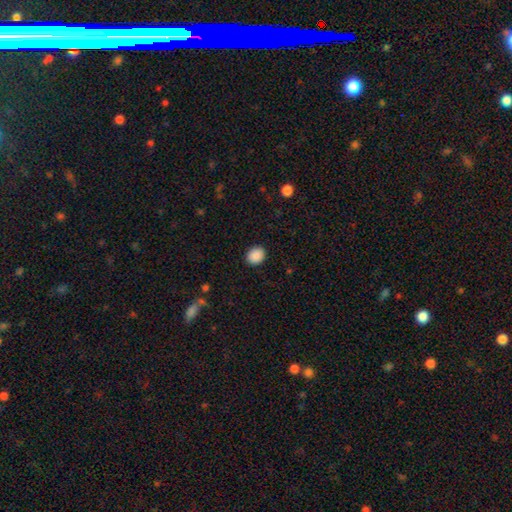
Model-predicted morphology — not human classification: Smooth or featured?
  - smooth: 90% *
  - star or artifact: 8%
  - featured or disk: 3%
How rounded?
  - round: 59% *
  - in between: 40%
  - cigar-shaped: 1%
Merging?
  - none: 90% *
  - minor disturbance: 7%
  - major disturbance: 2%
  - merger: 1%